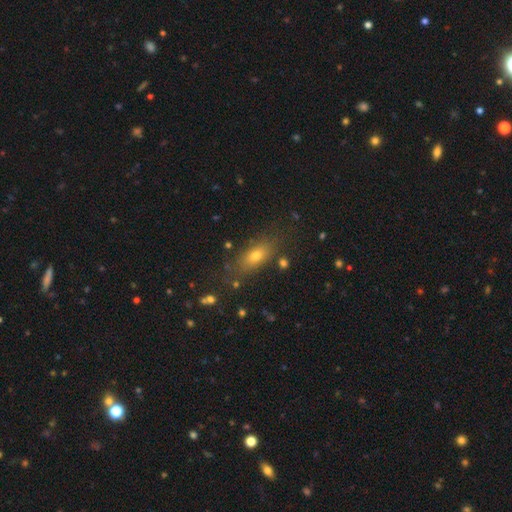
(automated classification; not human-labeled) A smooth galaxy with no disk features (69%) that is in between round and cigar-shaped (70%). Merging: none (79%).